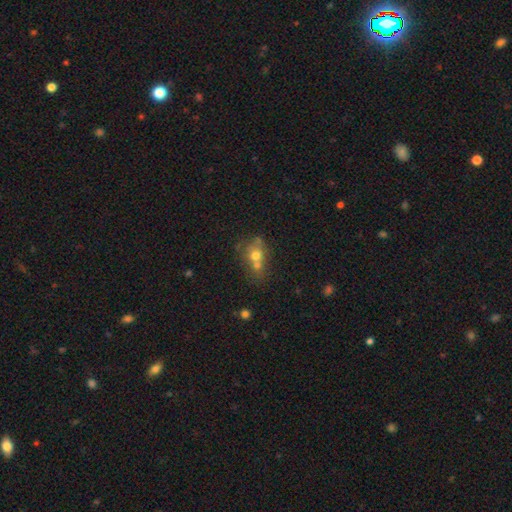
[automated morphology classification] smooth 63%, featured or disk 23%, star or artifact 14%. Down the decision tree: how rounded — round (66%); merging — merger (54%).